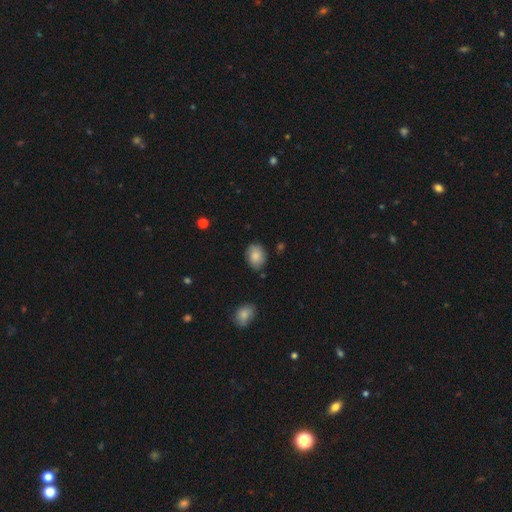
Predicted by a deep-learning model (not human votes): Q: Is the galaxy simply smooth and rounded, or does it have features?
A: smooth — 81%.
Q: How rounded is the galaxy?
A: in between — 57%.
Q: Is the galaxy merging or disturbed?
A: none — 81%.